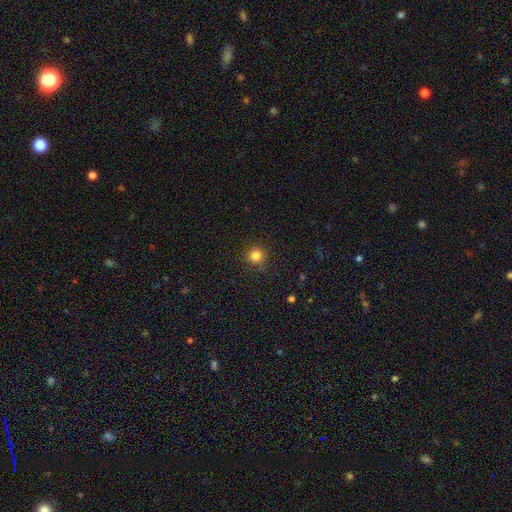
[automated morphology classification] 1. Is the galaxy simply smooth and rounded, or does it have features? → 83% smooth, 12% star or artifact, 4% featured or disk.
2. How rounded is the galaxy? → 95% round, 4% in between, 1% cigar-shaped.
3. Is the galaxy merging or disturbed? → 90% none, 7% minor disturbance, 2% major disturbance, 1% merger.